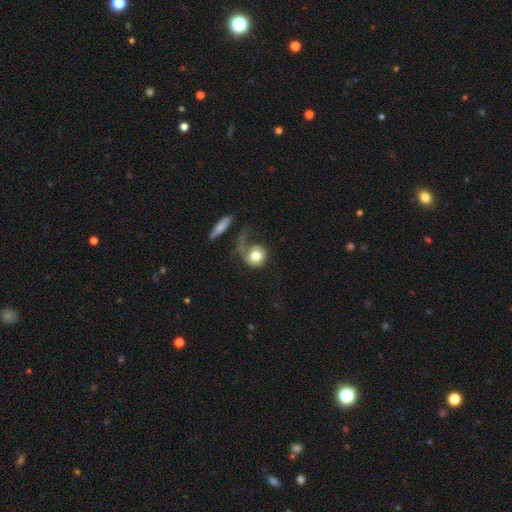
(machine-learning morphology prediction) The model was most divided on "merging": major disturbance: 44%, none: 28%, minor disturbance: 16%, merger: 13%. More confident: how rounded — round (78%); smooth or featured — smooth (64%).